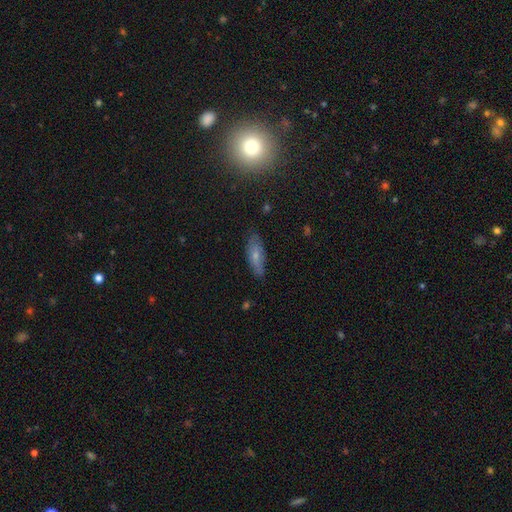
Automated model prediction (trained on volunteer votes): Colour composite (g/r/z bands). It shows a smooth galaxy with no disk features (59%) that is in between round and cigar-shaped (62%). Merging: none (77%).